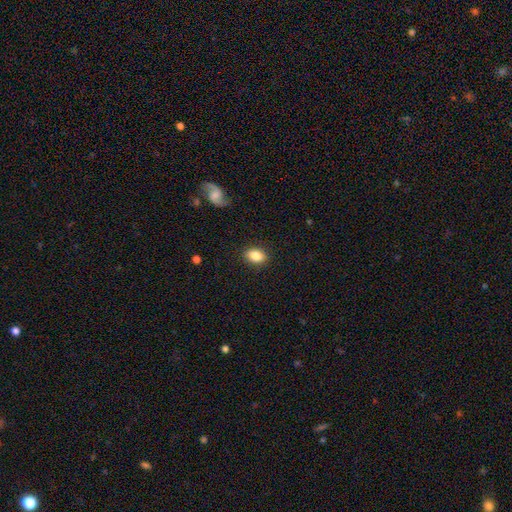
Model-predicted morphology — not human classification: This appears to be a smooth galaxy with no disk features (83%) that is in between round and cigar-shaped (77%). Merging: none (88%).